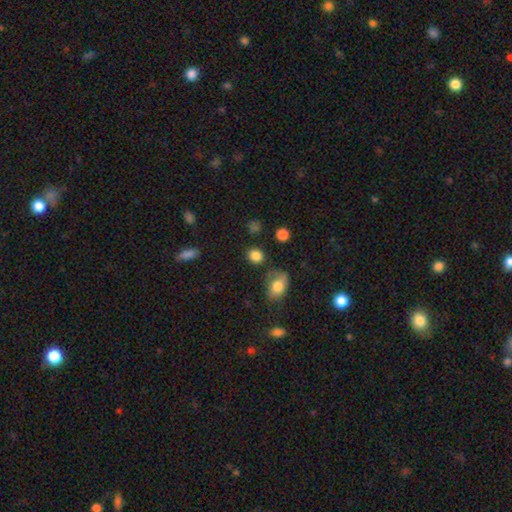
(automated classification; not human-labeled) Smooth or featured?
  - smooth: 84% *
  - star or artifact: 11%
  - featured or disk: 5%
How rounded?
  - round: 73% *
  - in between: 26%
  - cigar-shaped: 1%
Merging?
  - none: 77% *
  - minor disturbance: 13%
  - merger: 6%
  - major disturbance: 5%